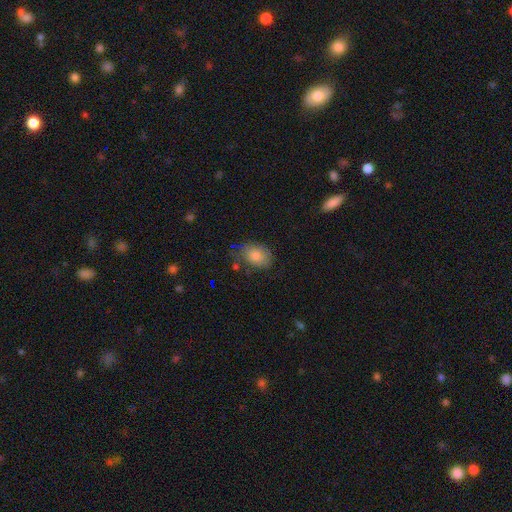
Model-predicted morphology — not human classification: Smooth or featured? smooth (80%)
How rounded? in between (70%)
Merging? none (68%)